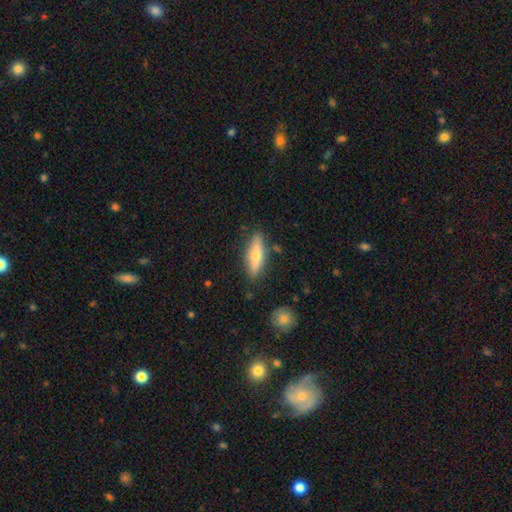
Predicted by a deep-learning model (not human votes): Q: Smooth or featured?
A: smooth (64%); runner-up: featured or disk (30%)
Q: How rounded?
A: cigar-shaped (59%); runner-up: in between (39%)
Q: Merging?
A: none (82%); runner-up: minor disturbance (12%)